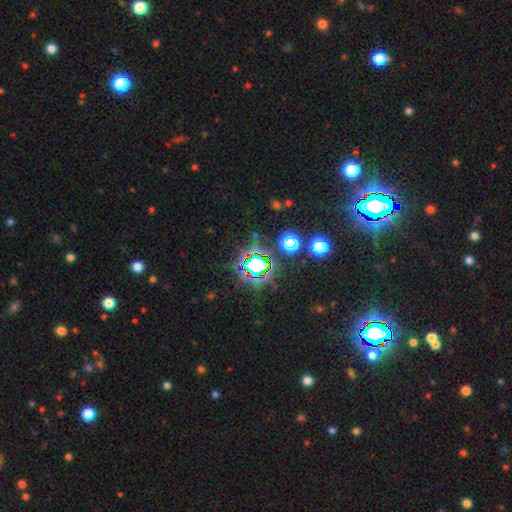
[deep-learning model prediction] Smooth or featured?
  - star or artifact: 75% *
  - smooth: 15%
  - featured or disk: 10%